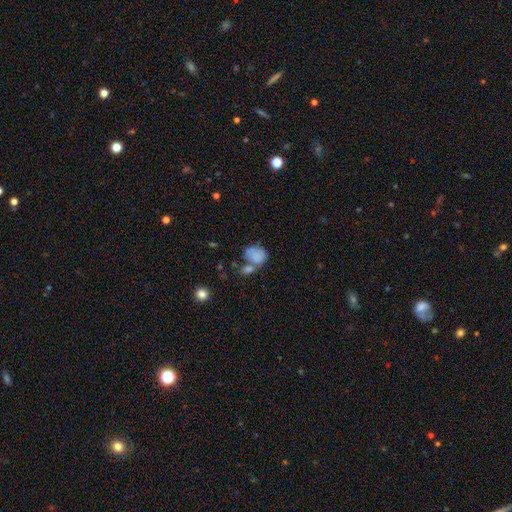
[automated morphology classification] This appears to be a smooth galaxy with no disk features (74%) that is round (50%). Merging: merger (42%).